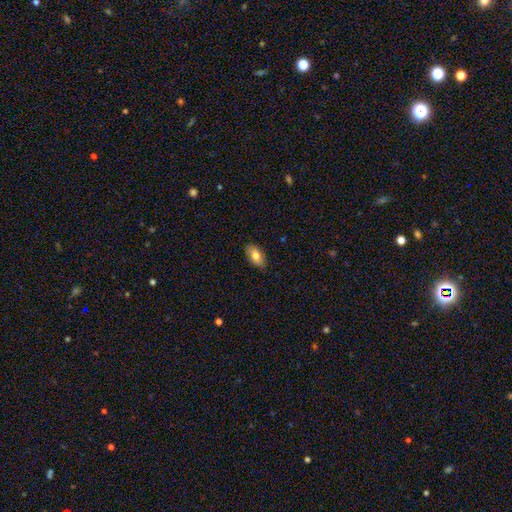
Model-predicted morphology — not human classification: Q: Smooth or featured?
A: smooth (78%); runner-up: featured or disk (15%)
Q: How rounded?
A: in between (91%); runner-up: cigar-shaped (5%)
Q: Merging?
A: none (86%); runner-up: minor disturbance (11%)